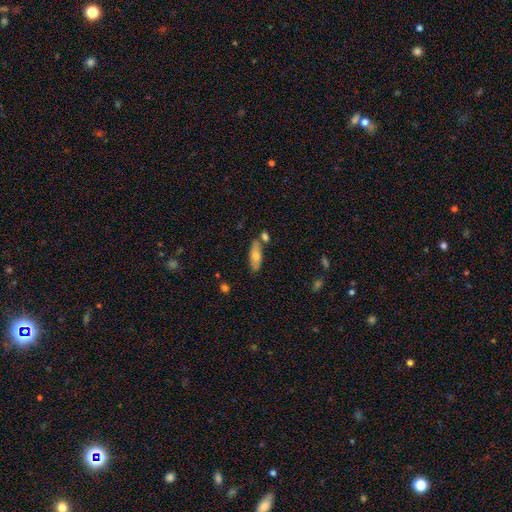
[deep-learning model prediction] Overall: smooth (64%; featured or disk 29%). How rounded: in between (65%; cigar-shaped 32%). Merging: none (73%).